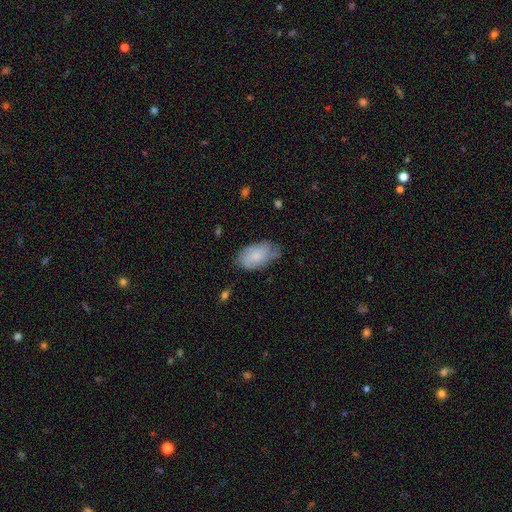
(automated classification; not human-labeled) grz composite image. It shows a smooth galaxy with no disk features (65%) that is in between round and cigar-shaped (93%). Merging: none (60%).